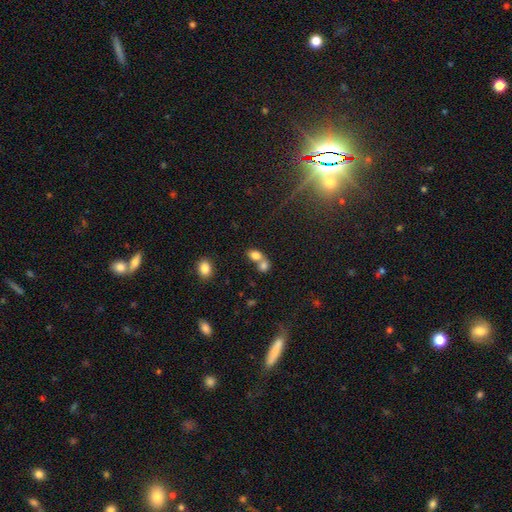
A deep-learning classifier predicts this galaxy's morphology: A smooth galaxy with no disk features (77%) that is in between round and cigar-shaped (66%).

Vote fractions:
- Smooth or featured? smooth: 77% / featured or disk: 11% / star or artifact: 11%
- How rounded? in between: 66% / round: 32% / cigar-shaped: 2%
- Merging? merger: 66% / none: 25% / minor disturbance: 6% / major disturbance: 3%